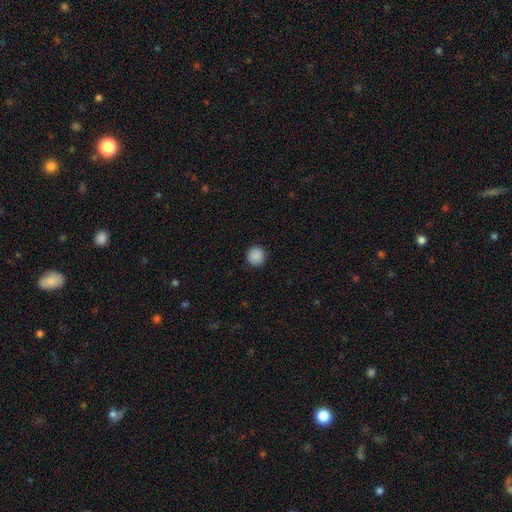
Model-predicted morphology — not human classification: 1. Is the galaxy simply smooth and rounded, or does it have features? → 89% smooth, 9% star or artifact, 3% featured or disk.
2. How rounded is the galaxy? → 95% round, 4% in between, 1% cigar-shaped.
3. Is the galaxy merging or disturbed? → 91% none, 6% minor disturbance, 2% major disturbance, 1% merger.